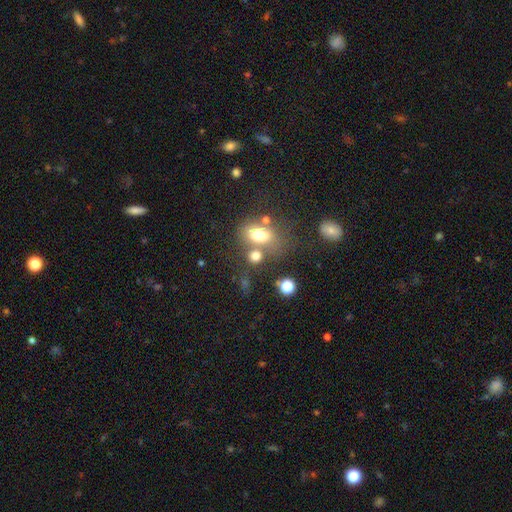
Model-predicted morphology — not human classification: This appears to be a smooth galaxy with no disk features (70%) that is in between round and cigar-shaped (58%). Merging: none (46%).